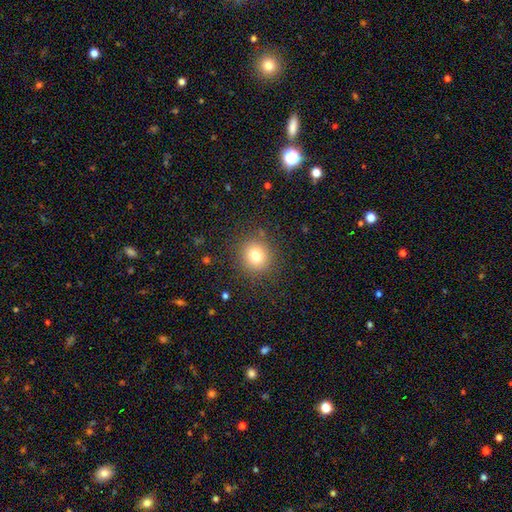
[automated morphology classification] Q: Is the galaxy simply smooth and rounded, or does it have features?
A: smooth — 77%.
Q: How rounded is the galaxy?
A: round — 90%.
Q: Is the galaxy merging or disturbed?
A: none — 87%.